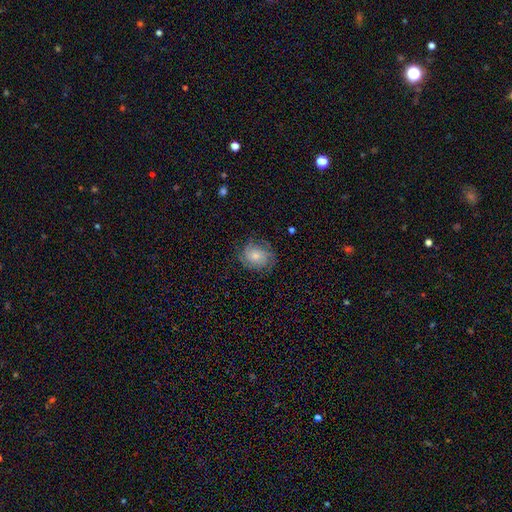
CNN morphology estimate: Smooth or featured: featured or disk — 46% (smooth — 45%)
Merging: none — 71% (minor disturbance — 20%)